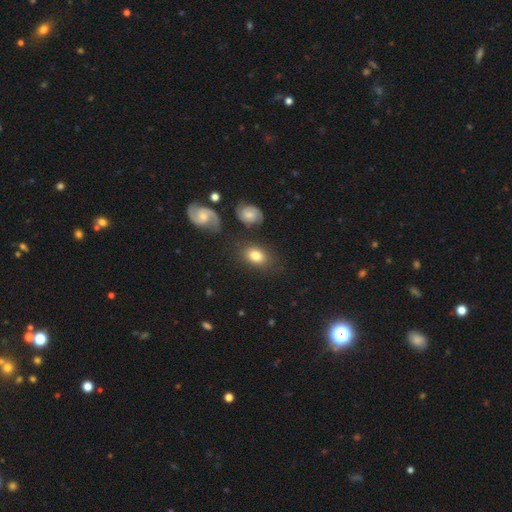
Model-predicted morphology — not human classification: This appears to be a smooth galaxy with no disk features (77%) that is in between round and cigar-shaped (75%). Merging: none (74%).